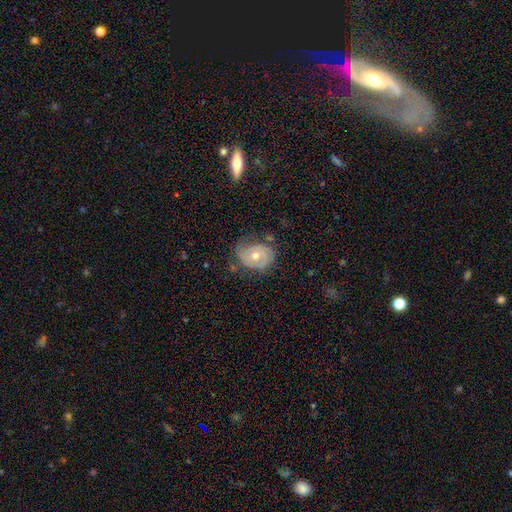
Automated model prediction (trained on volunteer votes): This appears to be a featured or disk galaxy (65%) with no bar (77%), spiral arms (80%) and a moderate central bulge (62%). Merging: none (54%).